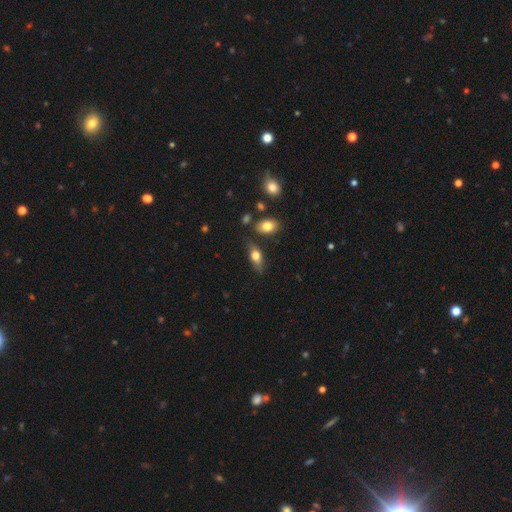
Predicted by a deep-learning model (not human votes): smooth 61%, featured or disk 32%, star or artifact 8%. Down the decision tree: how rounded — in between (76%); merging — none (73%).